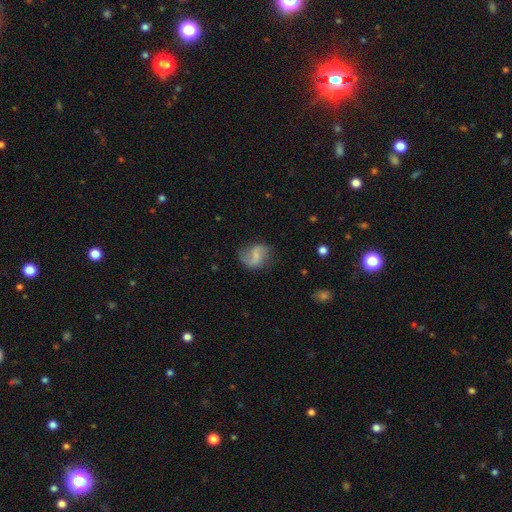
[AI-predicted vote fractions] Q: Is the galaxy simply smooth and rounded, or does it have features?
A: featured or disk — 65%.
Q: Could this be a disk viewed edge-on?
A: no — 97%.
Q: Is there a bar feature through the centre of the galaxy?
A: weak — 48%.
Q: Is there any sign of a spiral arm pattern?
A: yes — 88%.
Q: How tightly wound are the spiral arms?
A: loose — 66%.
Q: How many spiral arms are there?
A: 2 — 82%.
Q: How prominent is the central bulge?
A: small — 46%.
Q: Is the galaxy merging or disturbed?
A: none — 66%.